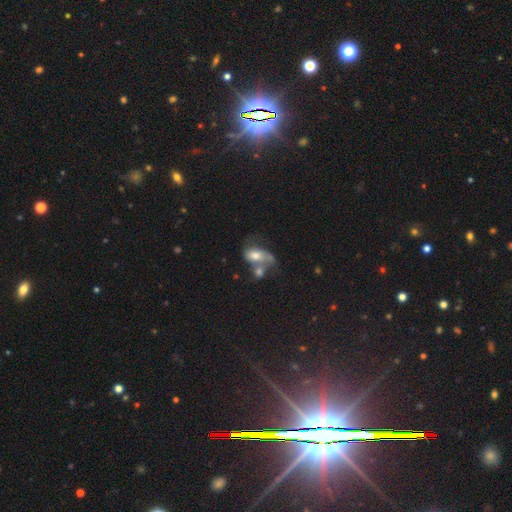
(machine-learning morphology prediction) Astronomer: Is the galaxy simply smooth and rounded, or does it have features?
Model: smooth — 51% (runner-up: featured or disk, 40%).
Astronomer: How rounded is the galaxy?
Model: in between — 85%.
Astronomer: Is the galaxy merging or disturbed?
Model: merger — 53%.